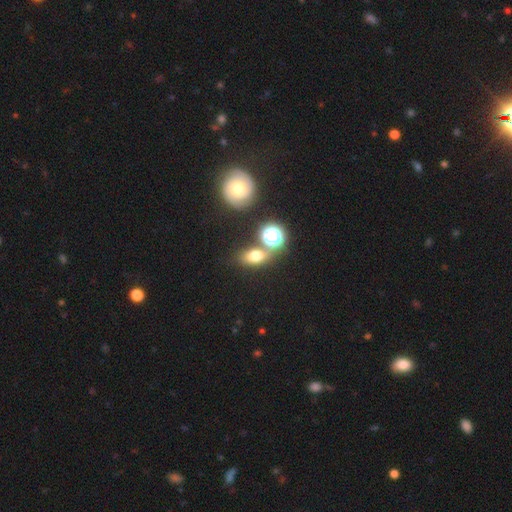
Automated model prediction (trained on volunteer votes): Q: Smooth or featured?
A: smooth (66%); runner-up: star or artifact (21%)
Q: How rounded?
A: in between (67%); runner-up: round (29%)
Q: Merging?
A: none (64%); runner-up: merger (19%)